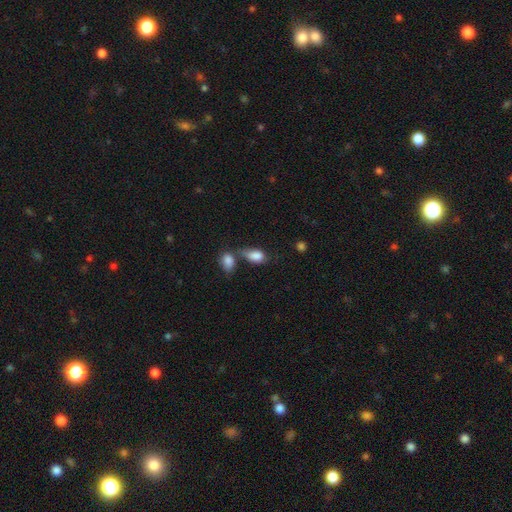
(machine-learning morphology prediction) smooth-or-featured: smooth: 85% | star or artifact: 8% | featured or disk: 7%
  how-rounded: in between: 87% | round: 10% | cigar-shaped: 3%
  merging: merger: 40% | none: 32% | minor disturbance: 18% | major disturbance: 10%